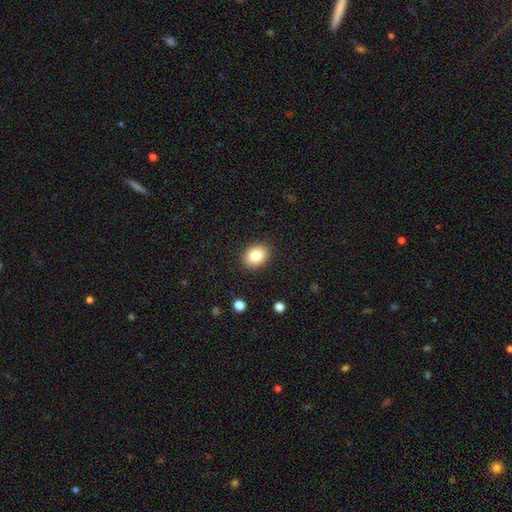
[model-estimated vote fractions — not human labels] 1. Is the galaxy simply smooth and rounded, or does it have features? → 83% smooth, 9% star or artifact, 8% featured or disk.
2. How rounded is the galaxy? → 52% in between, 48% round, 1% cigar-shaped.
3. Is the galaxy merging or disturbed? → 89% none, 7% minor disturbance, 2% major disturbance, 1% merger.